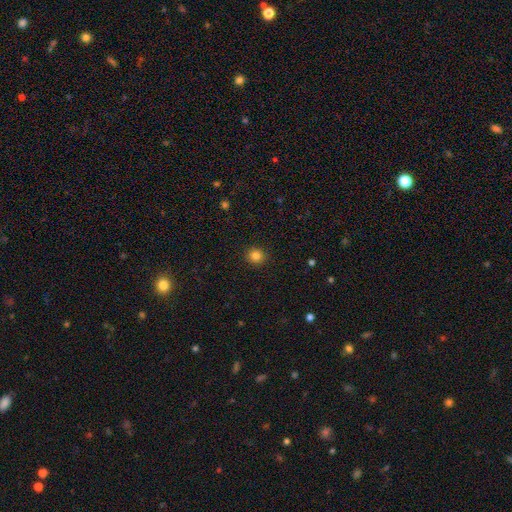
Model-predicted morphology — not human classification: This is clearly a smooth galaxy (84%). How rounded: clearly round (91%). Merging: clearly none (92%).